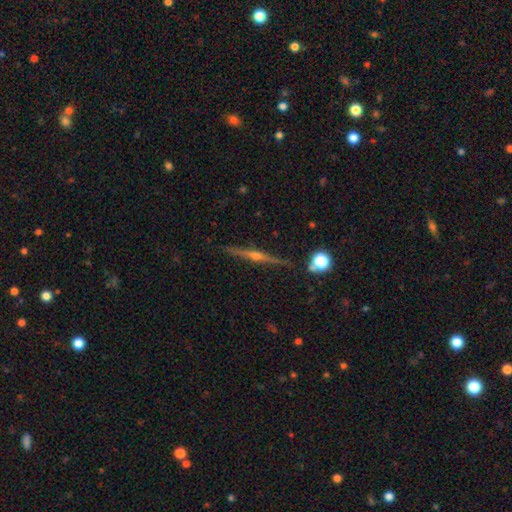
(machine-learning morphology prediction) Smooth or featured?
  - featured or disk: 83% *
  - smooth: 10%
  - star or artifact: 7%
Edge-on disk?
  - yes: 98% *
  - no: 2%
Edge-on bulge?
  - rounded: 94% *
  - none: 4%
  - boxy: 2%
Merging?
  - none: 91% *
  - minor disturbance: 6%
  - merger: 2%
  - major disturbance: 1%